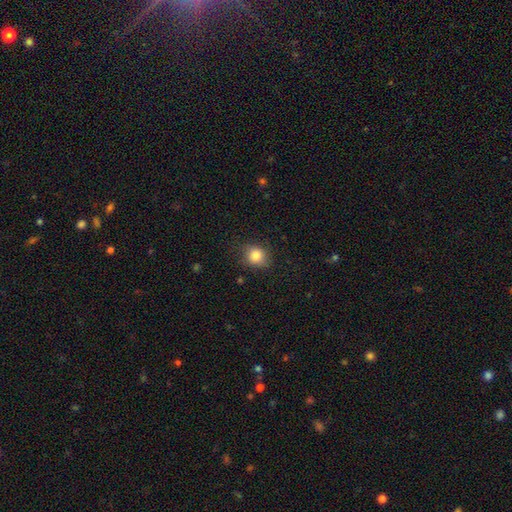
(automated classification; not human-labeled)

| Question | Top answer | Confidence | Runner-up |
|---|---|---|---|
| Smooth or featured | smooth | 83% | star or artifact (10%) |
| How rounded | round | 72% | in between (27%) |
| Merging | none | 80% | minor disturbance (15%) |